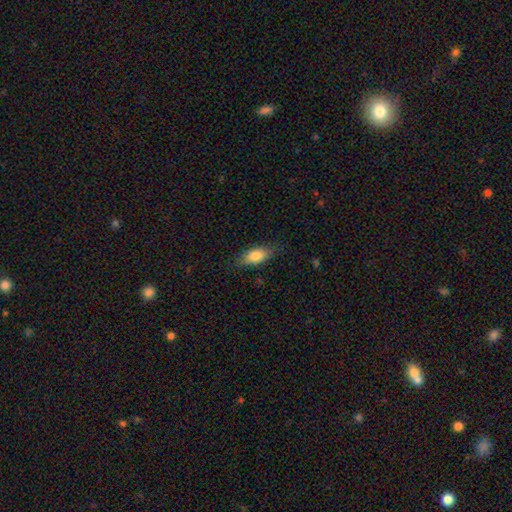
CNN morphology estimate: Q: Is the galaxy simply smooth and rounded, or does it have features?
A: smooth — 79%.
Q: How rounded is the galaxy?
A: in between — 81%.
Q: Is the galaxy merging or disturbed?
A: none — 81%.